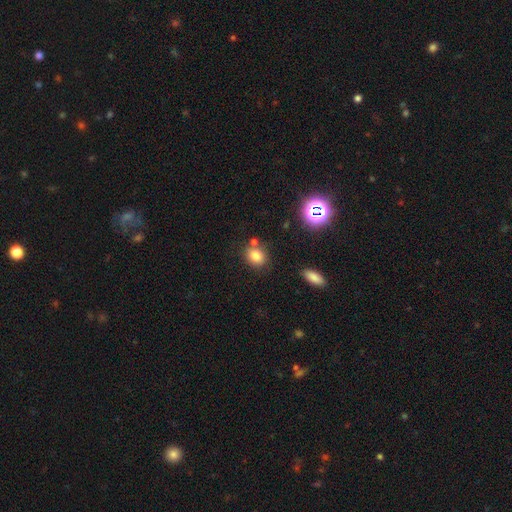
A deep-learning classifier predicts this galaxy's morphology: The model was most divided on "how rounded": round: 55%, in between: 44%, cigar-shaped: 1%. More confident: smooth or featured — smooth (80%); merging — none (70%).